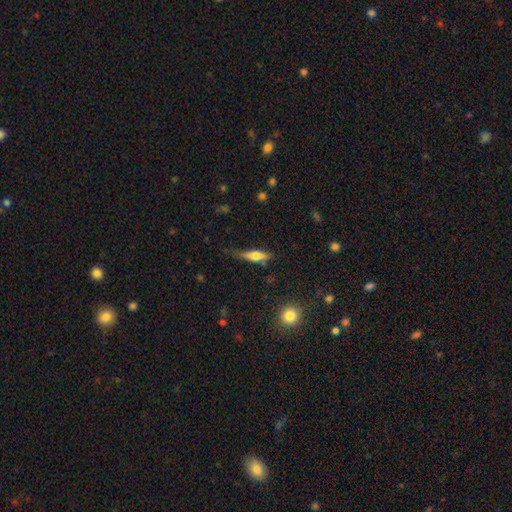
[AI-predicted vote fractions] The model was most divided on "smooth or featured": smooth: 53%, featured or disk: 39%, star or artifact: 8%. More confident: how rounded — cigar-shaped (65%); merging — none (58%).